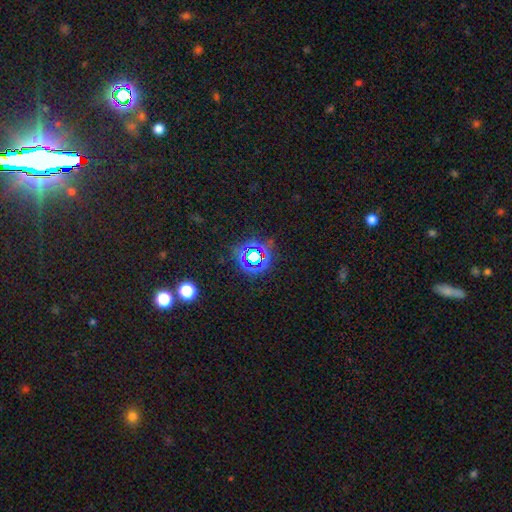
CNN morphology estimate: Overall: star or artifact (70%).